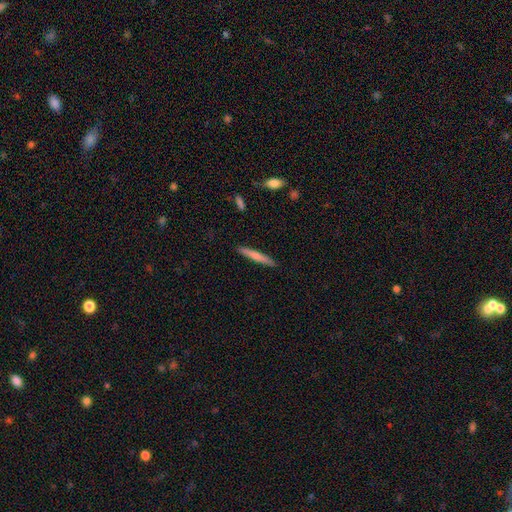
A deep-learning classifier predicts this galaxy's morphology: The model was most divided on "smooth or featured": smooth: 68%, featured or disk: 26%, star or artifact: 6%. More confident: how rounded — cigar-shaped (95%); merging — none (90%).